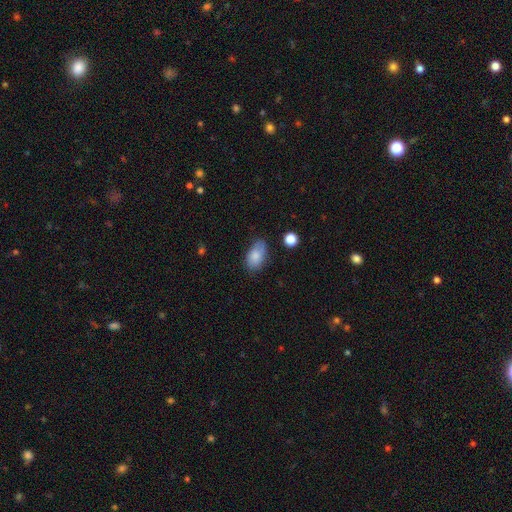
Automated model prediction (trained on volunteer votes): smooth-or-featured: smooth: 82% | featured or disk: 10% | star or artifact: 8%
  how-rounded: in between: 92% | round: 6% | cigar-shaped: 2%
  merging: none: 68% | minor disturbance: 24% | major disturbance: 5% | merger: 2%